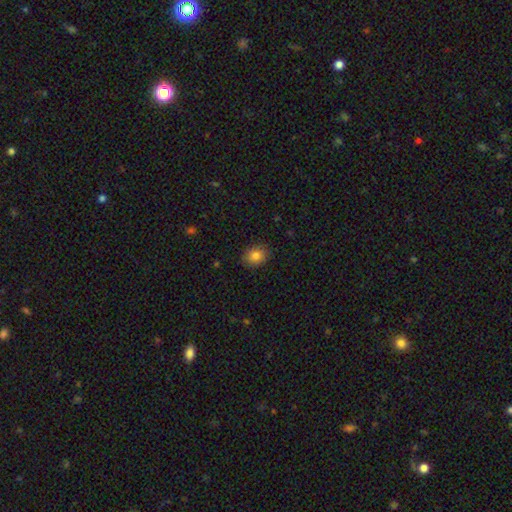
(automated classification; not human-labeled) This is clearly a smooth galaxy (82%). How rounded: possibly round (58%). Merging: clearly none (88%).